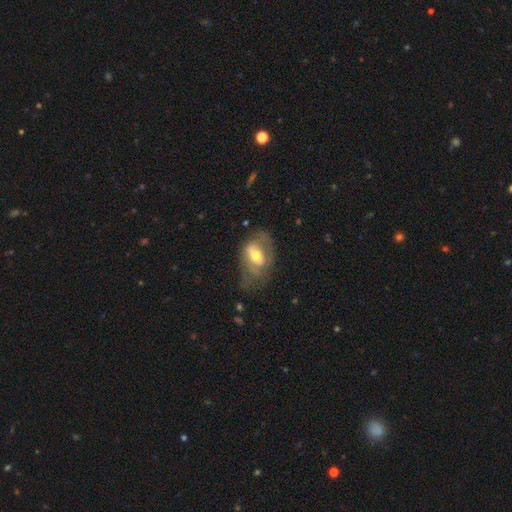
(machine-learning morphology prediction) Smooth or featured? featured or disk (64%)
Edge-on disk? no (93%)
Bar? weak (38%, tied with no)
Spiral arms? yes (60%)
Bulge size? moderate (65%)
Merging? none (44%)